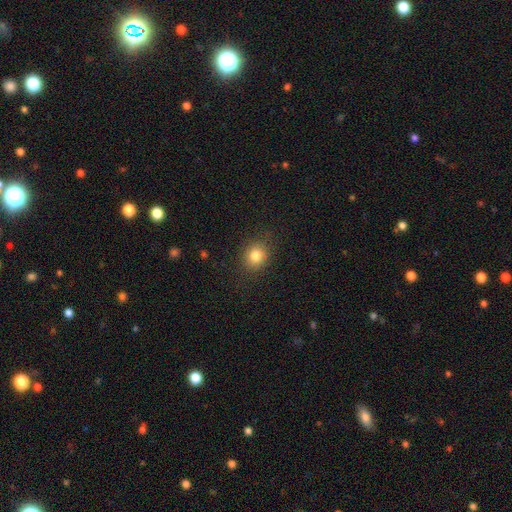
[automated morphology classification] Overall: smooth (82%). How rounded: round (75%). Merging: none (87%).